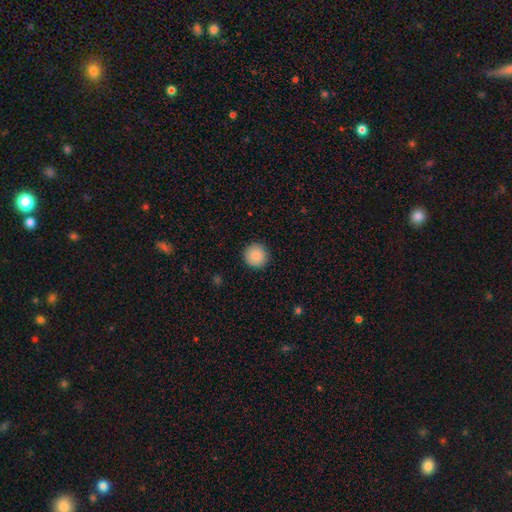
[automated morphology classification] Overall: smooth (88%). How rounded: round (95%). Merging: none (92%).